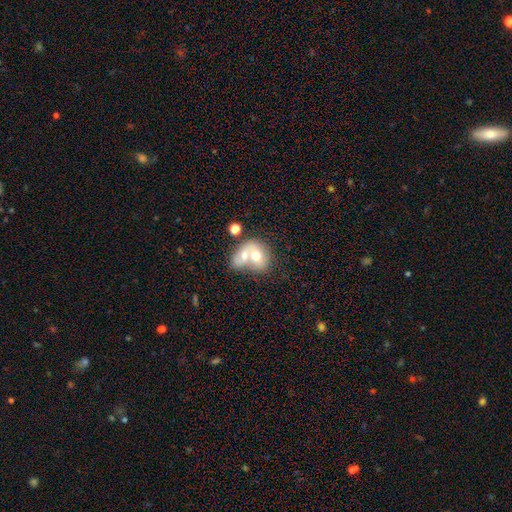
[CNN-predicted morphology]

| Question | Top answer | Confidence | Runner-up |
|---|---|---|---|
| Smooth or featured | smooth | 60% | featured or disk (32%) |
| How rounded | in between | 55% | round (44%) |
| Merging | merger | 74% | none (14%) |